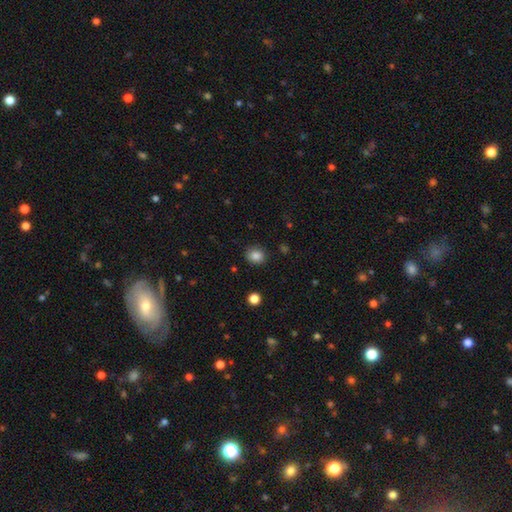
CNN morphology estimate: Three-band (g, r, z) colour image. It shows a smooth galaxy with no disk features (85%) that is round (71%). Merging: none (88%).